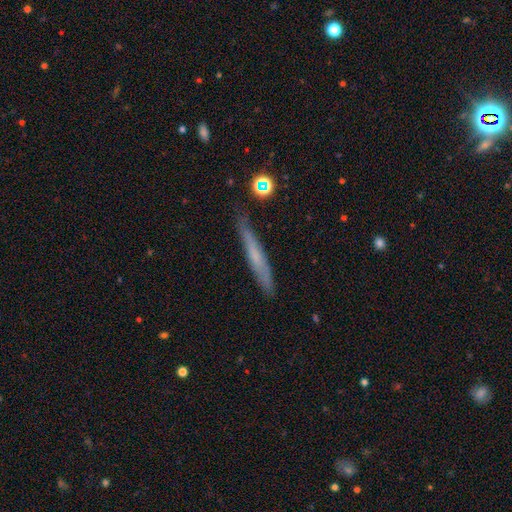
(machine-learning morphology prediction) Smooth or featured? smooth (50%)
Merging? none (81%)